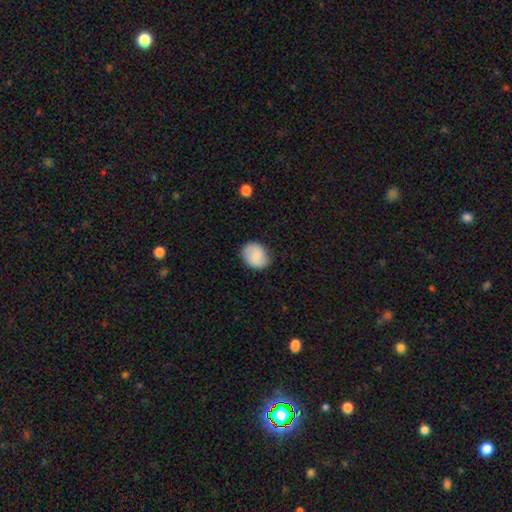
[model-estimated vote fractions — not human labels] This is likely a smooth galaxy (72%). How rounded: possibly round (59%). Merging: clearly none (81%).